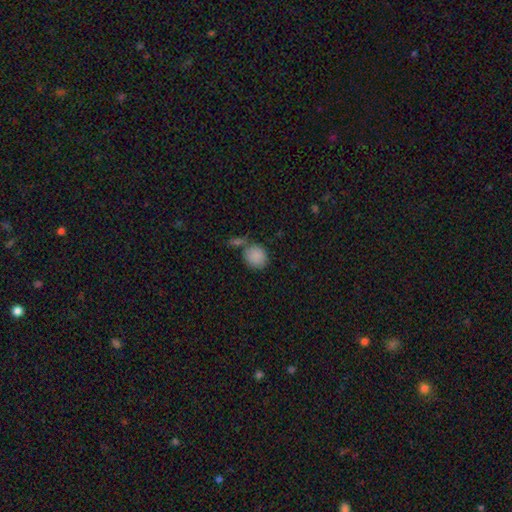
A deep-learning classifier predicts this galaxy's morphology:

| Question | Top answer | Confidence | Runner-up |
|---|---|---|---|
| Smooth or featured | smooth | 87% | star or artifact (8%) |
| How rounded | round | 76% | in between (23%) |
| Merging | none | 63% | merger (18%) |